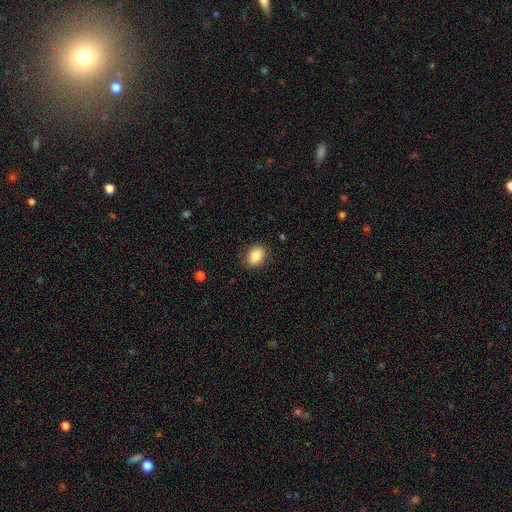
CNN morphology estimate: smooth-or-featured: smooth: 85% | star or artifact: 8% | featured or disk: 7%
  how-rounded: in between: 65% | round: 34% | cigar-shaped: 1%
  merging: none: 87% | minor disturbance: 9% | major disturbance: 3% | merger: 1%